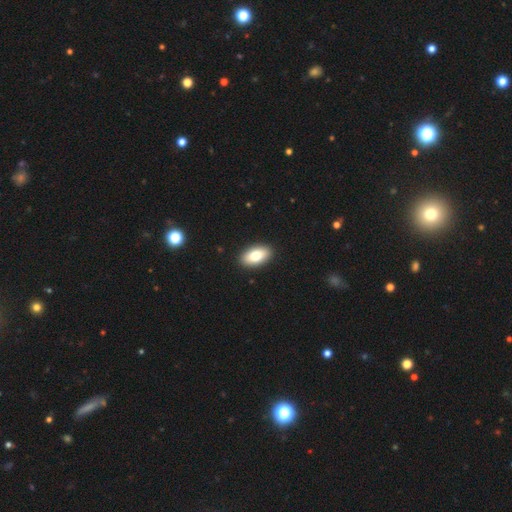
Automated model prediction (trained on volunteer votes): This is likely a smooth galaxy (78%). How rounded: clearly in between (93%). Merging: clearly none (91%).